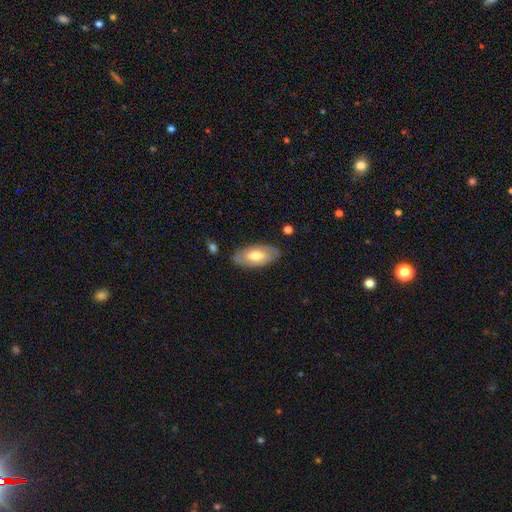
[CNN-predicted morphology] Smooth or featured? Predicted: smooth (p=0.52). How rounded? Predicted: in between (p=0.91). Merging? Predicted: none (p=0.82).